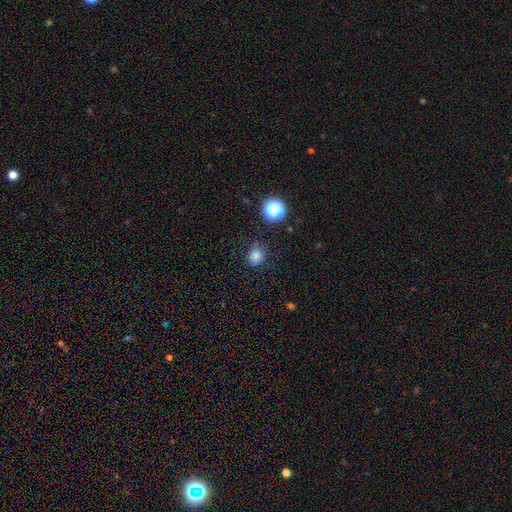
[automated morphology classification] Smooth or featured? smooth (80%)
How rounded? round (69%)
Merging? none (76%)